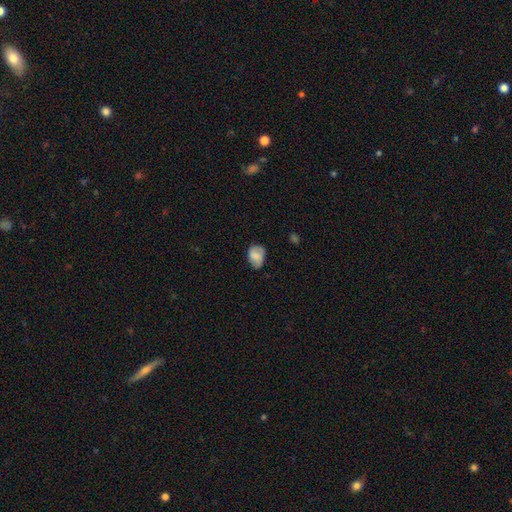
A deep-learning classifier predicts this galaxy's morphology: type=smooth (72%); roundness=in between (69%); merging=none (58%).